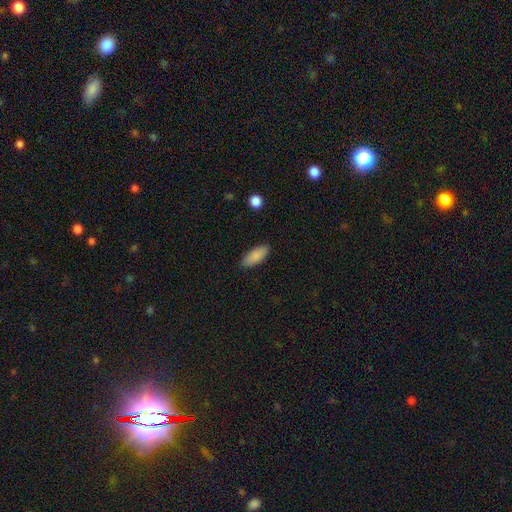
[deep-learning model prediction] A smooth galaxy with no disk features (88%) that is in between round and cigar-shaped (79%).

Vote fractions:
- Smooth or featured? smooth: 88% / star or artifact: 6% / featured or disk: 6%
- How rounded? in between: 79% / cigar-shaped: 19% / round: 2%
- Merging? none: 87% / minor disturbance: 10% / major disturbance: 2% / merger: 1%